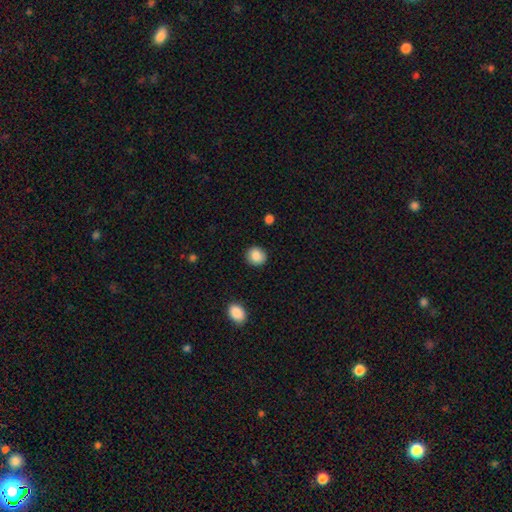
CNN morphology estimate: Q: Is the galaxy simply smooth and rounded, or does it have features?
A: smooth — 88%.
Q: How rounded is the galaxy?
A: round — 84%.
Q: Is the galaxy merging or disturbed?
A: none — 89%.